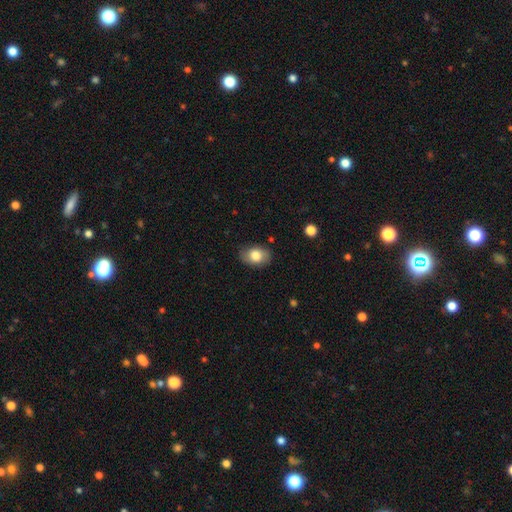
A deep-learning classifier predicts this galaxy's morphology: Smooth or featured: smooth — 80% (featured or disk — 12%)
How rounded: in between — 78% (round — 20%)
Merging: none — 82% (minor disturbance — 14%)